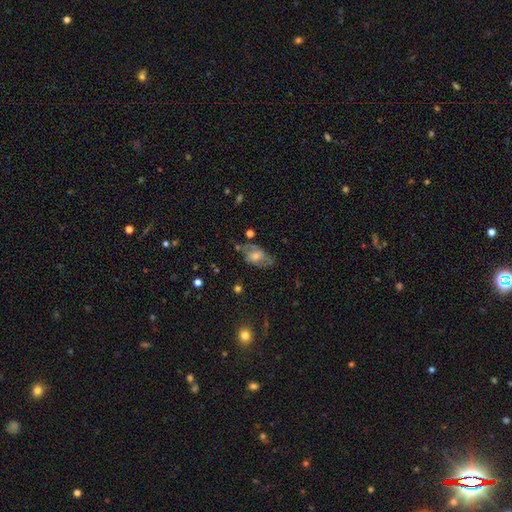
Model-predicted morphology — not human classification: smooth_or_featured: featured or disk (p=0.57) [alt: smooth p=0.34]
disk_edge_on: no (p=0.92) [alt: yes p=0.08]
bar: no (p=0.63) [alt: weak p=0.28]
has_spiral_arms: yes (p=0.67) [alt: no p=0.33]
bulge_size: small (p=0.51) [alt: moderate p=0.40]
merging: none (p=0.50) [alt: minor disturbance p=0.27]